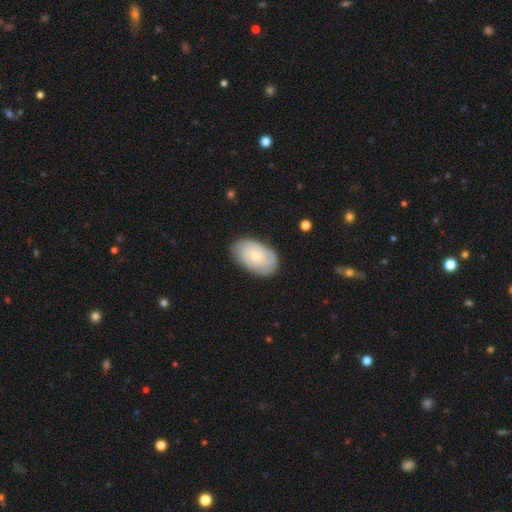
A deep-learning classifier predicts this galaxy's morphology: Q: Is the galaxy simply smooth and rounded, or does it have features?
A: featured or disk — 51%.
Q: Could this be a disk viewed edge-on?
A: no — 95%.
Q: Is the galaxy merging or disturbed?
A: none — 79%.